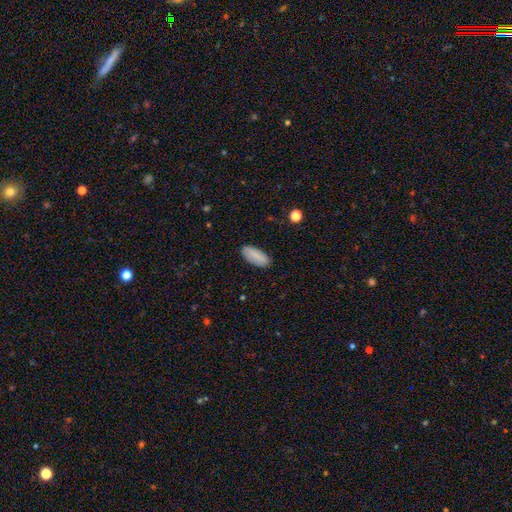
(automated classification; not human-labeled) A smooth galaxy with no disk features (81%) that is in between round and cigar-shaped (84%).

Vote fractions:
- Smooth or featured? smooth: 81% / featured or disk: 12% / star or artifact: 7%
- How rounded? in between: 84% / cigar-shaped: 14% / round: 2%
- Merging? none: 85% / minor disturbance: 11% / major disturbance: 2% / merger: 1%